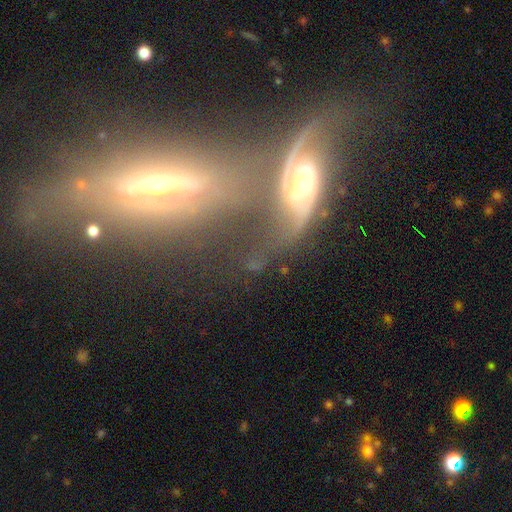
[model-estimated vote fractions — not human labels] Smooth or featured? Predicted: featured or disk (p=0.77). Edge-on disk? Predicted: no (p=0.74). Bar? Predicted: no (p=0.46). Spiral arms? Predicted: yes (p=0.85). Bulge size? Predicted: moderate (p=0.52). Merging? Predicted: merger (p=0.61).